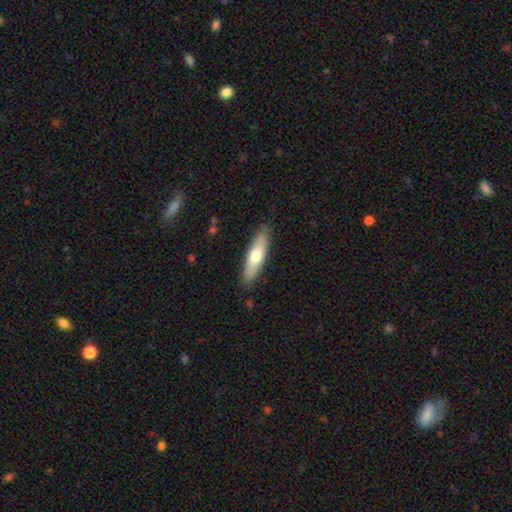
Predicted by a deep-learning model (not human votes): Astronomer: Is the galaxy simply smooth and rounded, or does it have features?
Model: smooth — 63%.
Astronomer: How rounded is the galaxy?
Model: cigar-shaped — 67%.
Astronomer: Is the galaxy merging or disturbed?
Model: none — 86%.